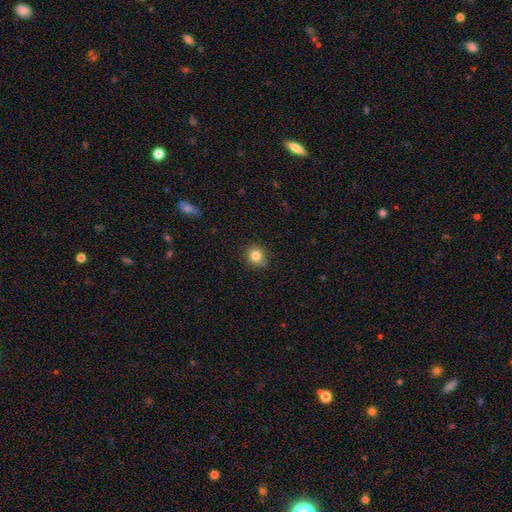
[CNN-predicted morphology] A smooth galaxy with no disk features (83%) that is round (83%).

Vote fractions:
- Smooth or featured? smooth: 83% / star or artifact: 11% / featured or disk: 6%
- How rounded? round: 83% / in between: 16% / cigar-shaped: 1%
- Merging? none: 81% / minor disturbance: 15% / major disturbance: 3% / merger: 2%